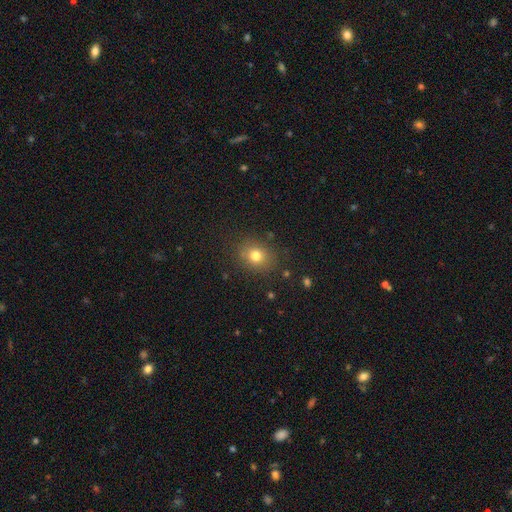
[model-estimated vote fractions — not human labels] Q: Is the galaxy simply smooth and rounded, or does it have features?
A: smooth — 77%.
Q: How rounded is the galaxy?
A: round — 61%.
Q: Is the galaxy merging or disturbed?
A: none — 84%.